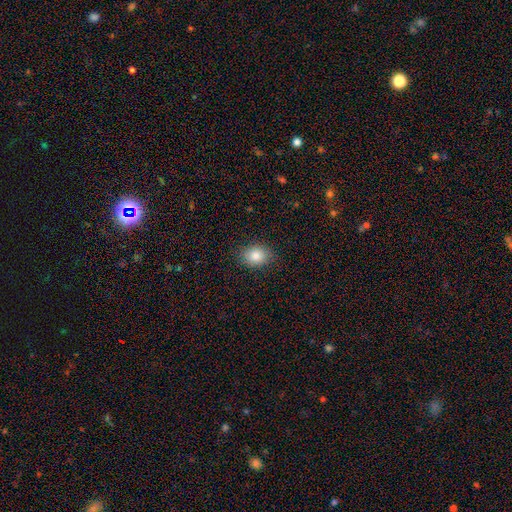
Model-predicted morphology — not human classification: Smooth or featured?
  - smooth: 84% *
  - star or artifact: 9%
  - featured or disk: 7%
How rounded?
  - in between: 54% *
  - round: 45%
  - cigar-shaped: 1%
Merging?
  - none: 86% *
  - minor disturbance: 10%
  - major disturbance: 2%
  - merger: 1%